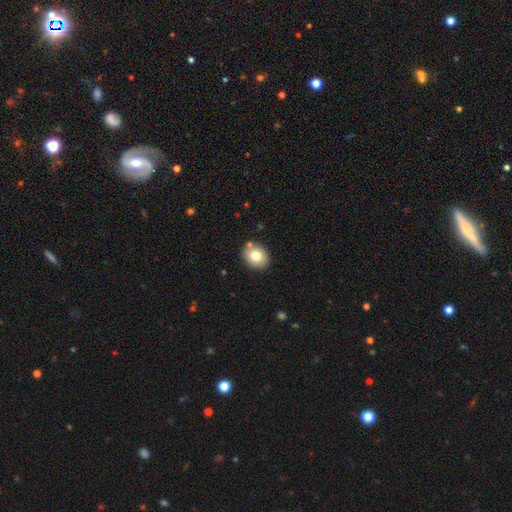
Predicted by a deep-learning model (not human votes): The model was most divided on "how rounded": round: 57%, in between: 42%, cigar-shaped: 1%. More confident: merging — none (83%); smooth or featured — smooth (78%).